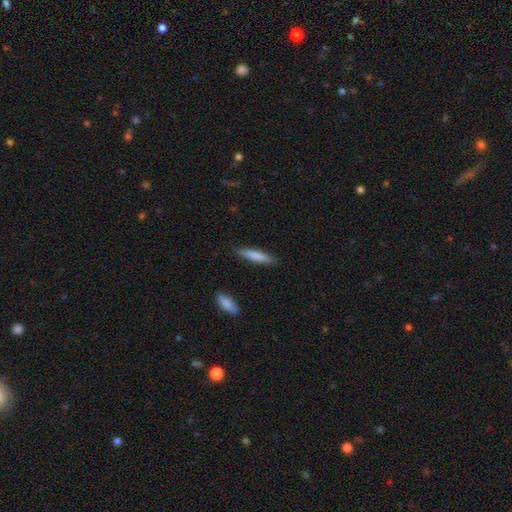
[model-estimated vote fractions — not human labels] This appears to be a smooth galaxy with no disk features (80%) that is cigar-shaped (85%). Merging: none (87%).